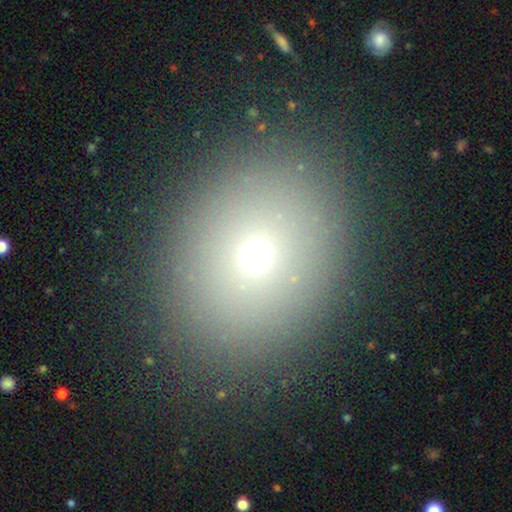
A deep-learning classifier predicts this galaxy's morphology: Smooth or featured: smooth — 67% (star or artifact — 20%)
How rounded: round — 56% (in between — 43%)
Merging: none — 88% (minor disturbance — 8%)